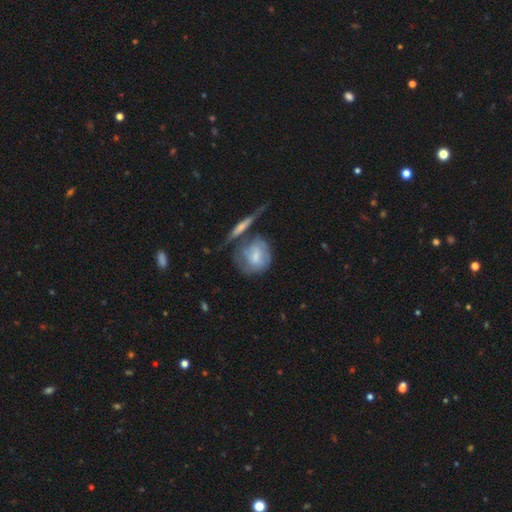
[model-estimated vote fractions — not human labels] smooth-or-featured: smooth: 52% | featured or disk: 42% | star or artifact: 7%
  how-rounded: round: 66% | in between: 30% | cigar-shaped: 4%
  merging: none: 36% | merger: 30% | minor disturbance: 19% | major disturbance: 15%